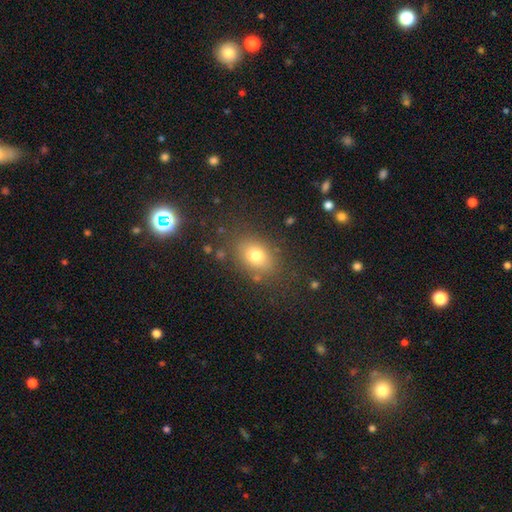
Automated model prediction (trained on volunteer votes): smooth 76%, star or artifact 13%, featured or disk 11%. Down the decision tree: how rounded — in between (66%); merging — none (79%).